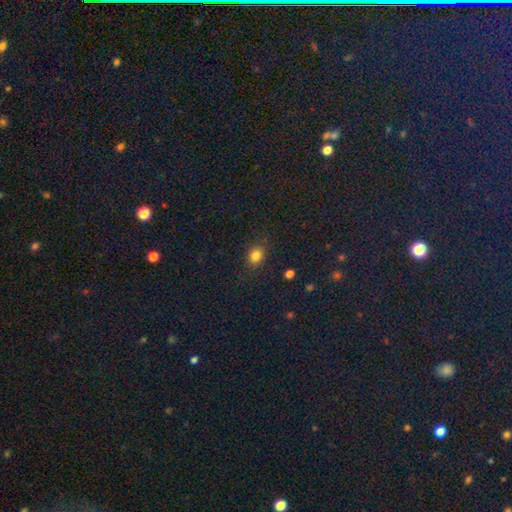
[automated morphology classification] type=smooth (81%); roundness=round (51%); merging=none (84%).